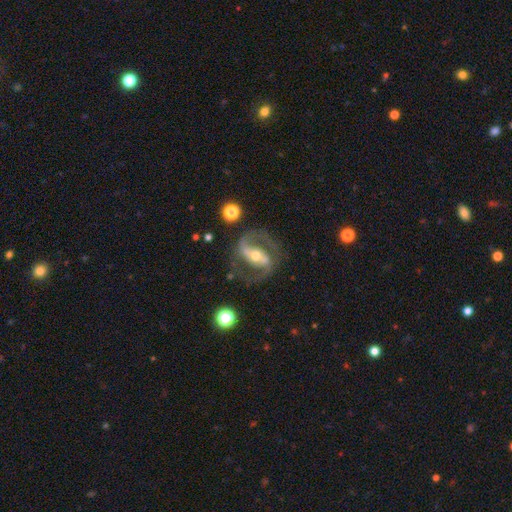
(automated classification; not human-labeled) A featured or disk galaxy (89%) with a strong bar (53%), 2 (92%) medium (58%) spiral arms (95%) and a moderate central bulge (57%). Merging: none (76%).